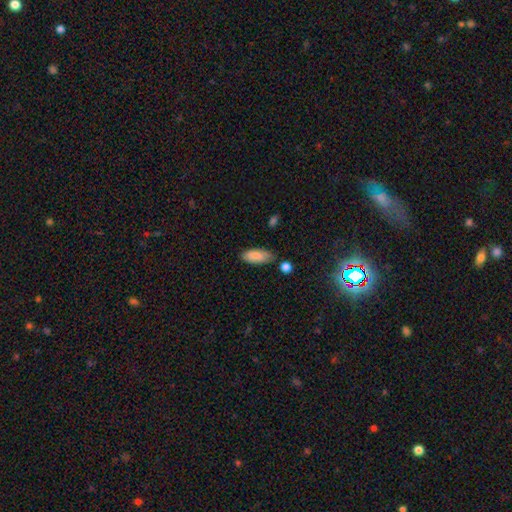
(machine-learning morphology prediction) Q: Smooth or featured?
A: smooth (85%); runner-up: featured or disk (8%)
Q: How rounded?
A: in between (82%); runner-up: cigar-shaped (16%)
Q: Merging?
A: none (72%); runner-up: minor disturbance (19%)